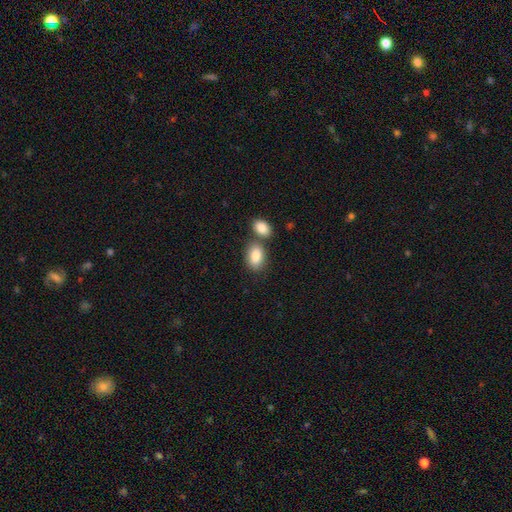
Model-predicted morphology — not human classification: Smooth or featured? Predicted: smooth (p=0.85). How rounded? Predicted: in between (p=0.87). Merging? Predicted: none (p=0.55).